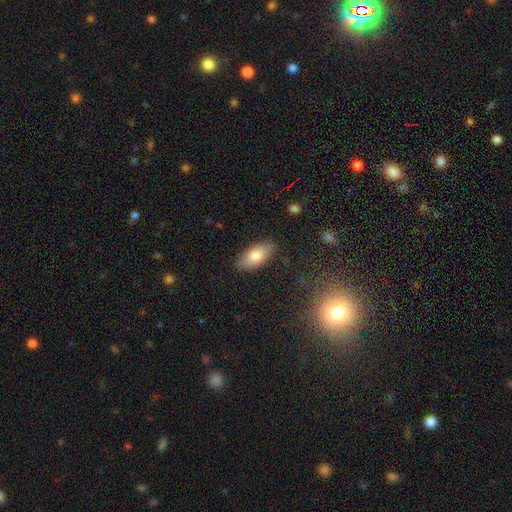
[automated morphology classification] smooth-or-featured: smooth: 77% | featured or disk: 16% | star or artifact: 7%
  how-rounded: in between: 89% | cigar-shaped: 8% | round: 3%
  merging: none: 86% | minor disturbance: 10% | major disturbance: 2% | merger: 1%